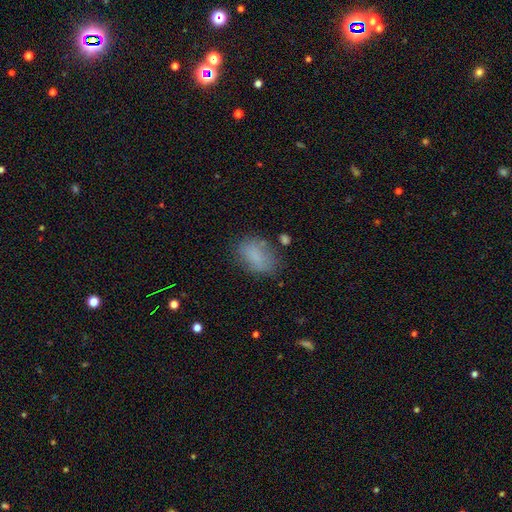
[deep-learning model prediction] Smooth or featured: smooth — 80% (featured or disk — 11%)
How rounded: in between — 87% (round — 11%)
Merging: none — 69% (minor disturbance — 21%)